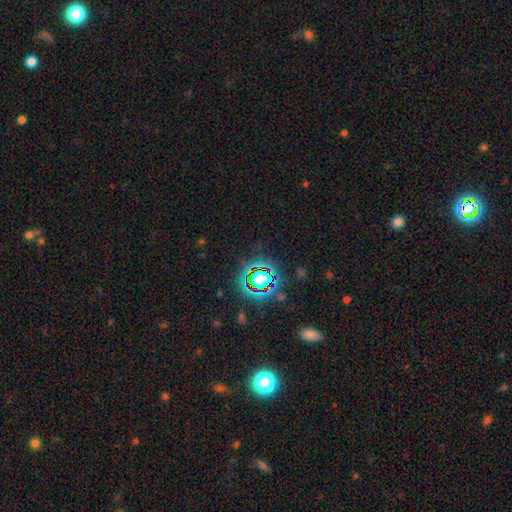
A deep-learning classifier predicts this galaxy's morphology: Overall: star or artifact (76%).